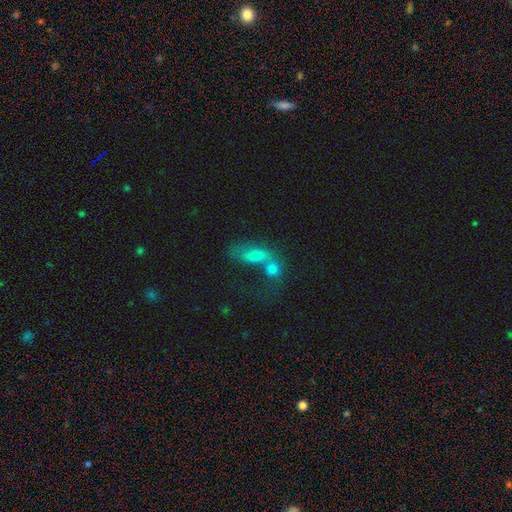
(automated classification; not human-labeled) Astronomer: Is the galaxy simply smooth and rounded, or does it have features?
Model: smooth — 64%.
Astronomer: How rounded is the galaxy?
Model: in between — 73%.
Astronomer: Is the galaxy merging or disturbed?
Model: merger — 65%.